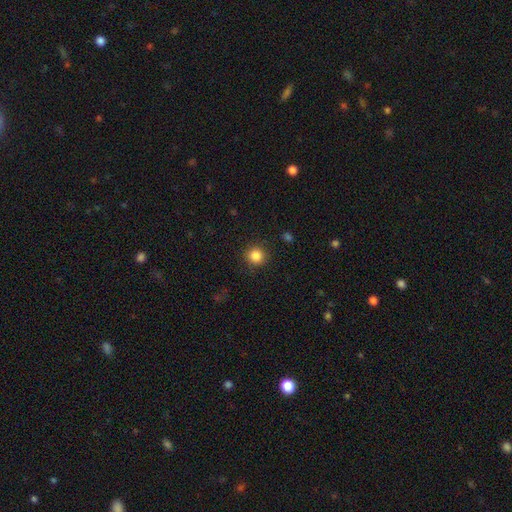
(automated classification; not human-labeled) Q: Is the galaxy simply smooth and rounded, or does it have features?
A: smooth — 85%.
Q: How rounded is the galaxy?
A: round — 93%.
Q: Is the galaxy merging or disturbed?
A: none — 90%.